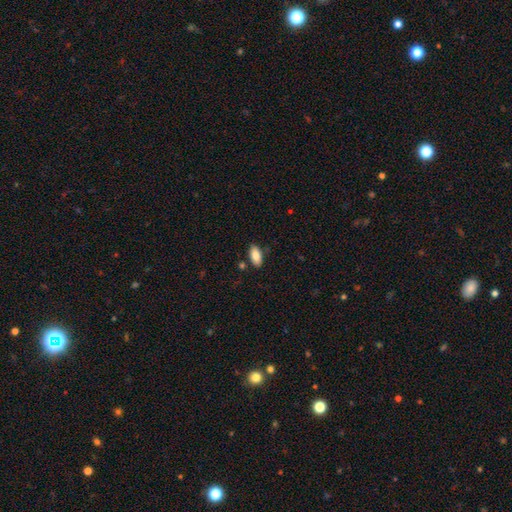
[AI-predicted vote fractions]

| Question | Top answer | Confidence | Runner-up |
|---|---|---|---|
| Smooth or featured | smooth | 84% | featured or disk (9%) |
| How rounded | in between | 92% | cigar-shaped (6%) |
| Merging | none | 84% | minor disturbance (10%) |